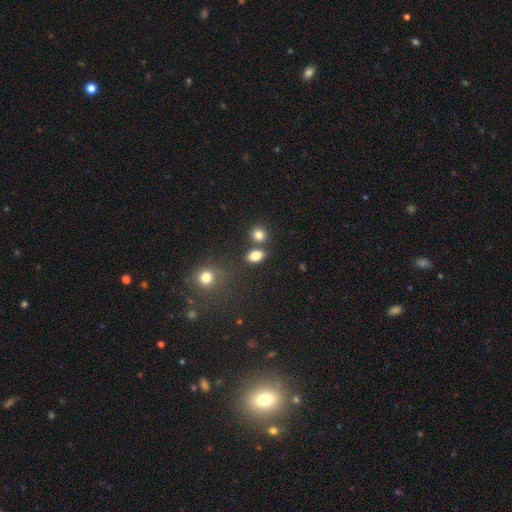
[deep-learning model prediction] This is clearly a smooth galaxy (83%). How rounded: likely in between (73%). Merging: likely none (70%).